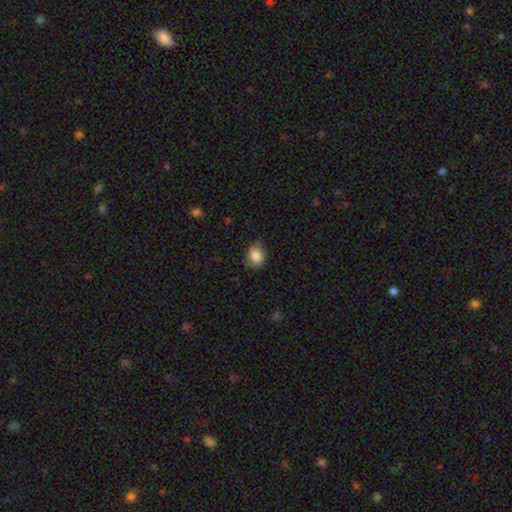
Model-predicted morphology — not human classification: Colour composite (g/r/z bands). It shows a smooth galaxy with no disk features (84%) that is in between round and cigar-shaped (50%). Merging: none (71%).